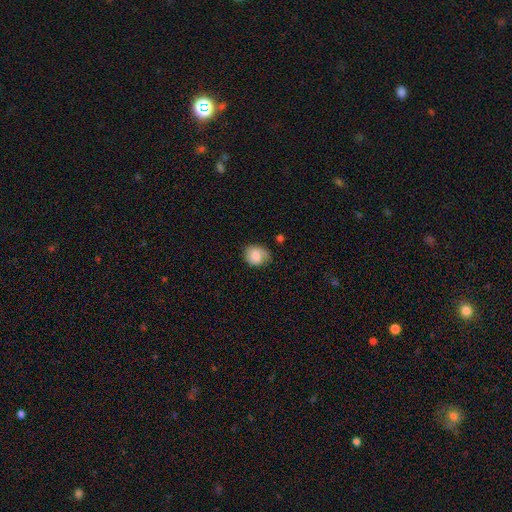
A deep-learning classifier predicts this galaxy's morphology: The model was most divided on "how rounded": round: 58%, in between: 41%, cigar-shaped: 1%. More confident: smooth or featured — smooth (72%); merging — none (61%).